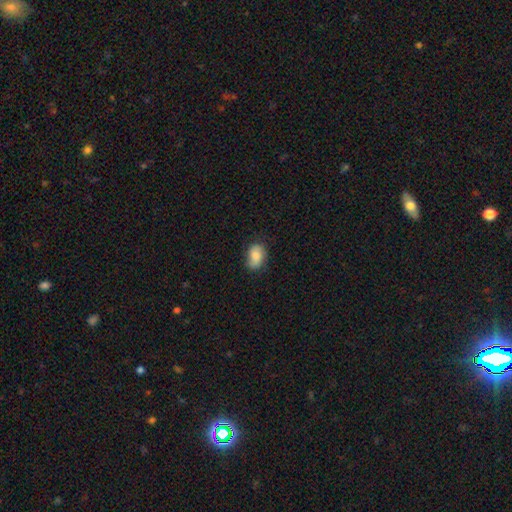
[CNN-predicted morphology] type=smooth (76%); roundness=in between (75%); merging=none (72%).